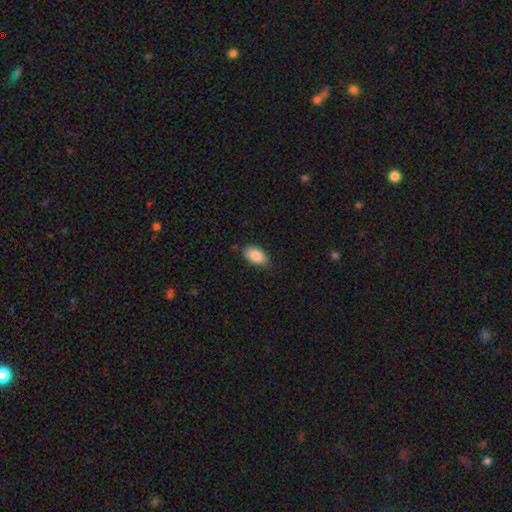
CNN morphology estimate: Smooth or featured? smooth (88%)
How rounded? in between (94%)
Merging? none (85%)